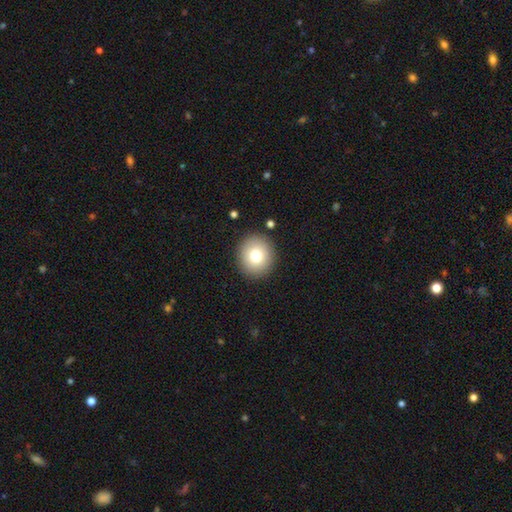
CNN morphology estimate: The model was most divided on "smooth or featured": smooth: 78%, featured or disk: 12%, star or artifact: 10%. More confident: merging — none (89%); how rounded — round (84%).